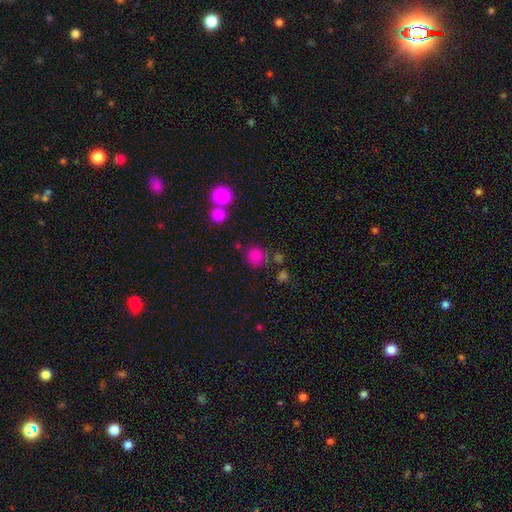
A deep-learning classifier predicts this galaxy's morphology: This appears to be a smooth galaxy with no disk features (80%) that is round (88%). Merging: none (73%).